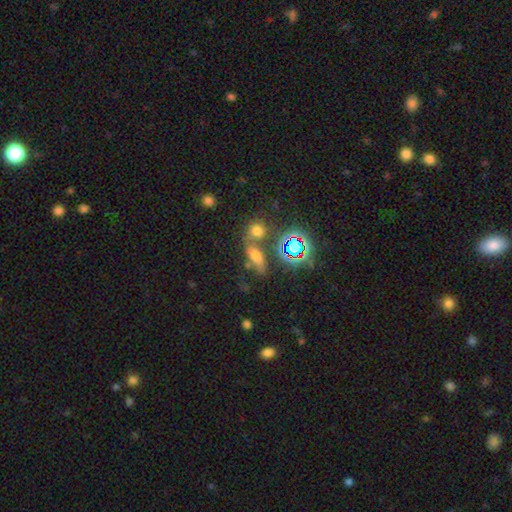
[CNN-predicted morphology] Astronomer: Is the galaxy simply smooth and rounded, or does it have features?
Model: smooth — 57%.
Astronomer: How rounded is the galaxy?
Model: in between — 68%.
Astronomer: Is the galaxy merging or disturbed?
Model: none — 47% (runner-up: merger, 28%).